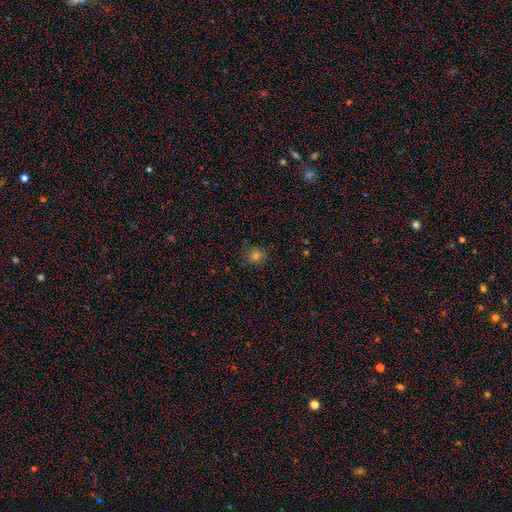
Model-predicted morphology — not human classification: Q: Smooth or featured?
A: smooth (75%); runner-up: star or artifact (18%)
Q: How rounded?
A: round (84%); runner-up: in between (15%)
Q: Merging?
A: none (83%); runner-up: minor disturbance (12%)